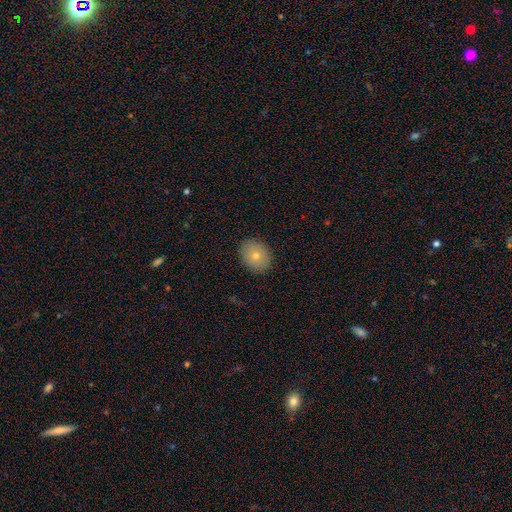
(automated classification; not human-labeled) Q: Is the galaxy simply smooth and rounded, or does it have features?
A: smooth — 78%.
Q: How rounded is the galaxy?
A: round — 50%.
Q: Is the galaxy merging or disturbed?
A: none — 89%.